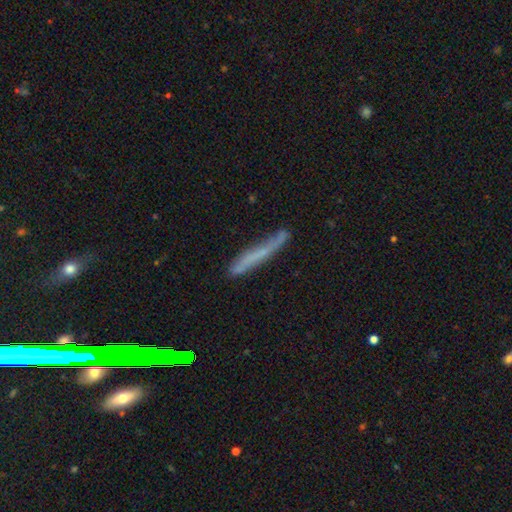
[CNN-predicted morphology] Smooth or featured? smooth (48%)
Merging? none (69%)